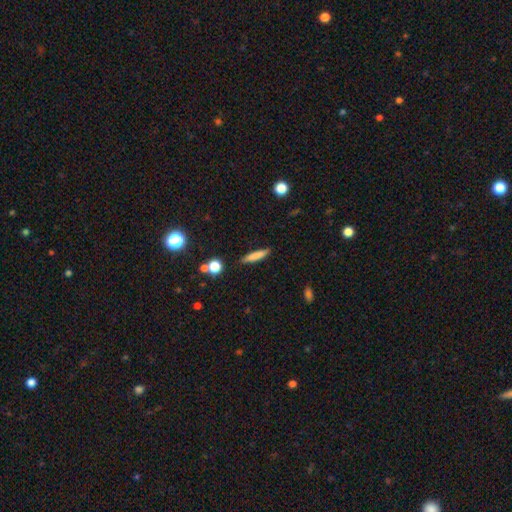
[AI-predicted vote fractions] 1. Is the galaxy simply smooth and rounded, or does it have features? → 78% smooth, 14% featured or disk, 8% star or artifact.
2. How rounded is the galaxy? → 87% cigar-shaped, 11% in between, 2% round.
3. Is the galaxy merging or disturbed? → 87% none, 9% minor disturbance, 2% major disturbance, 2% merger.